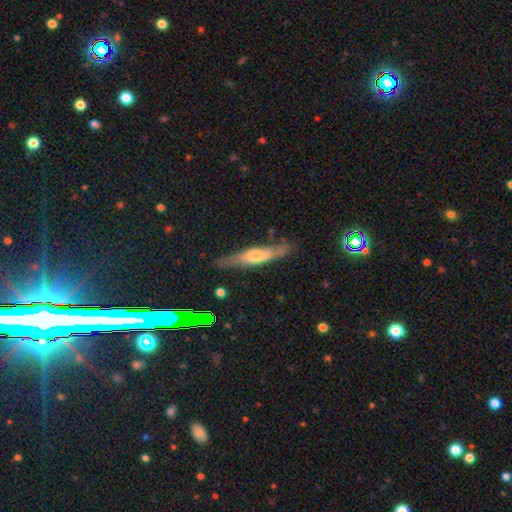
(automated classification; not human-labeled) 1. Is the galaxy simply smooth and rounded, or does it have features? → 58% featured or disk, 34% smooth, 9% star or artifact.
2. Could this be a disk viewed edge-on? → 90% yes, 10% no.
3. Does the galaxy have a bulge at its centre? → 70% rounded, 18% boxy, 12% none.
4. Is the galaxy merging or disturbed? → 79% none, 15% minor disturbance, 3% major disturbance, 2% merger.